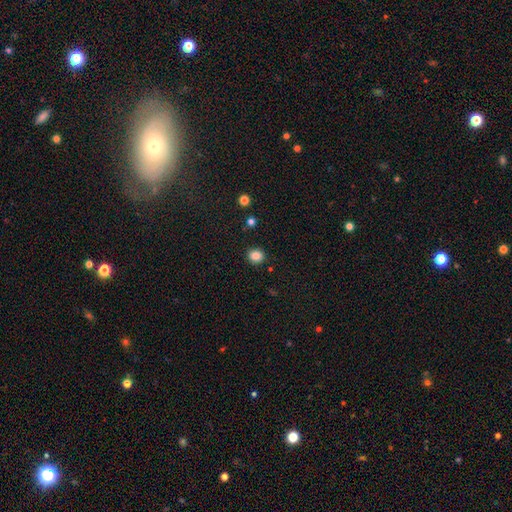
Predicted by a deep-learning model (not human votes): A smooth galaxy with no disk features (85%) that is round (83%).

Vote fractions:
- Smooth or featured? smooth: 85% / star or artifact: 11% / featured or disk: 4%
- How rounded? round: 83% / in between: 16% / cigar-shaped: 1%
- Merging? none: 90% / minor disturbance: 6% / major disturbance: 2% / merger: 2%